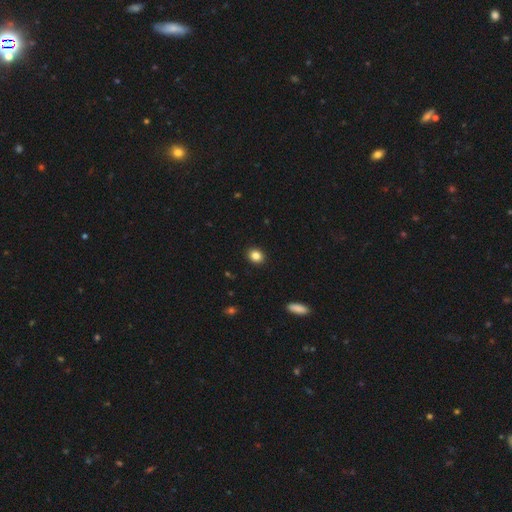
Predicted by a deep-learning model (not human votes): This appears to be a smooth galaxy with no disk features (84%) that is round (61%). Merging: none (92%).